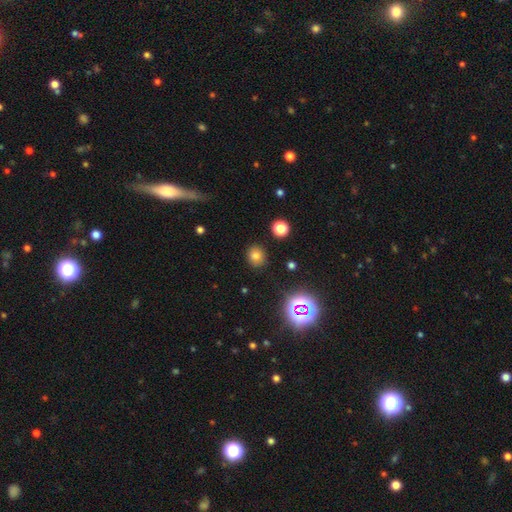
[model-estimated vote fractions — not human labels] This appears to be a smooth galaxy with no disk features (75%) that is round (77%). Merging: none (87%).